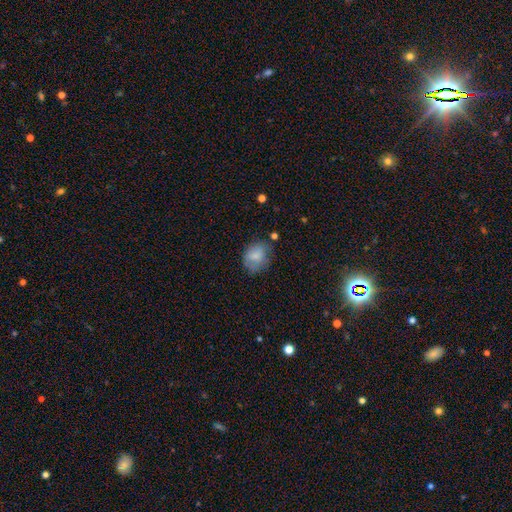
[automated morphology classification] This appears to be a smooth galaxy with no disk features (78%) that is in between round and cigar-shaped (59%). Merging: none (60%).